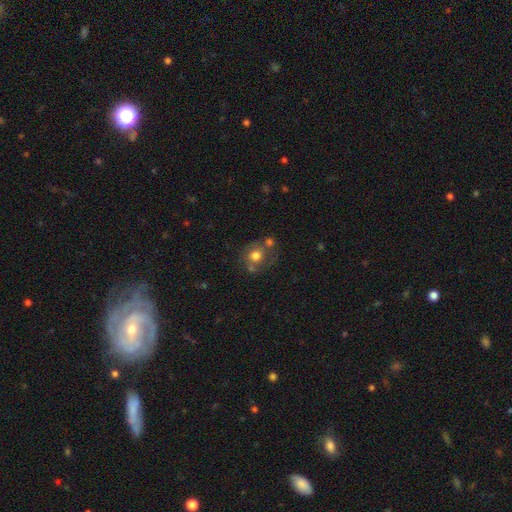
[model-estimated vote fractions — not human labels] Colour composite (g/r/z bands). It shows a smooth galaxy with no disk features (68%) that is round (76%). Merging: none (53%).